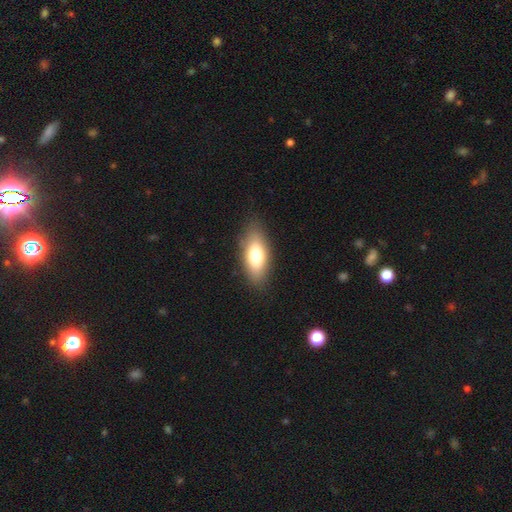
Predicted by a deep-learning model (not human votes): This is likely a smooth galaxy (72%). How rounded: likely in between (79%). Merging: clearly none (84%).